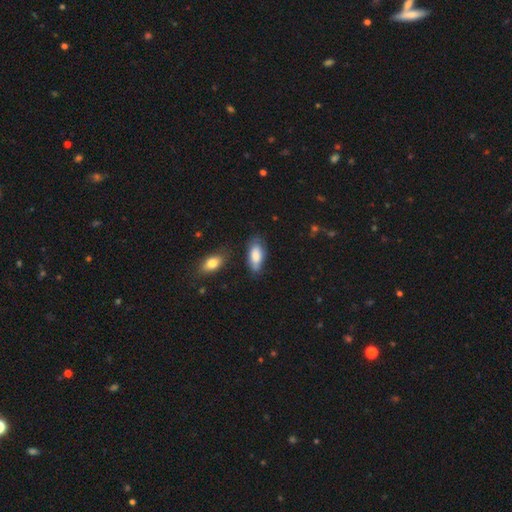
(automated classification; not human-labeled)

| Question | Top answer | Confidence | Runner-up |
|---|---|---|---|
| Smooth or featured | smooth | 79% | featured or disk (14%) |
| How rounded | in between | 84% | cigar-shaped (13%) |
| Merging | none | 65% | minor disturbance (24%) |